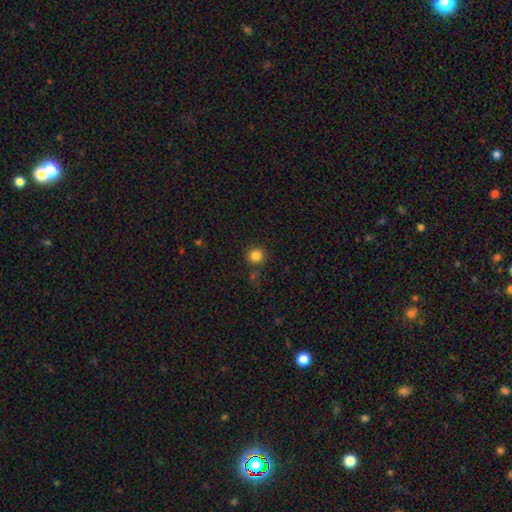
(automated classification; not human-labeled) This is clearly a smooth galaxy (84%). How rounded: clearly round (94%). Merging: clearly none (80%).